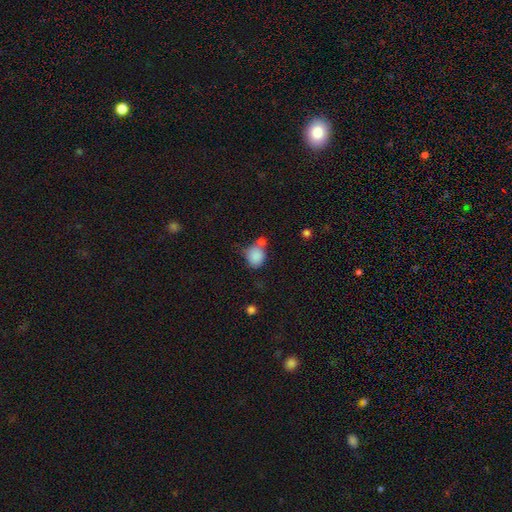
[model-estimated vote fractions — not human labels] Smooth or featured: smooth — 85% (star or artifact — 9%)
How rounded: round — 68% (in between — 31%)
Merging: none — 48% (merger — 26%)